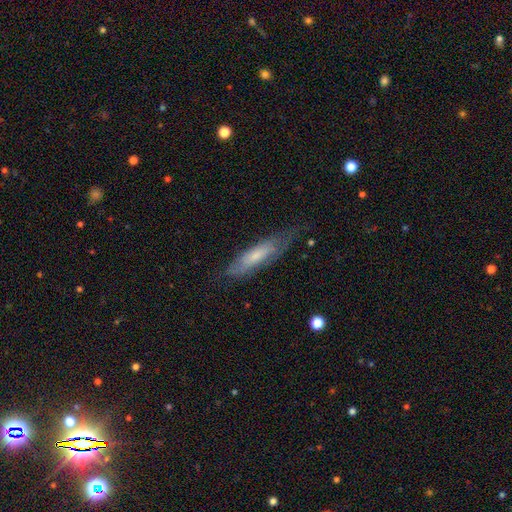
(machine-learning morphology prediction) type=smooth (48%); merging=none (59%).